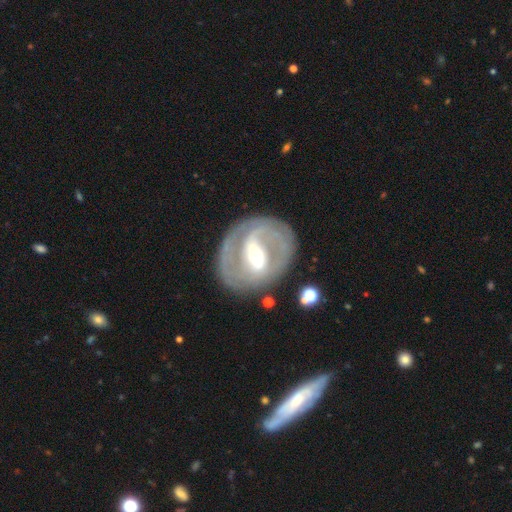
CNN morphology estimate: Smooth or featured?
  - featured or disk: 83% *
  - smooth: 12%
  - star or artifact: 5%
Edge-on disk?
  - no: 95% *
  - yes: 5%
Bar?
  - strong: 55% *
  - weak: 34%
  - no: 12%
Spiral arms?
  - yes: 83% *
  - no: 17%
Spiral winding?
  - tight: 51% *
  - medium: 35%
  - loose: 14%
Spiral arm count?
  - 2: 67% *
  - can't tell: 16%
  - 3: 7%
  - 1: 5%
  - 4: 2%
  - more than 4: 2%
Bulge size?
  - moderate: 65% *
  - small: 26%
  - large: 7%
  - dominant: 1%
  - none: 1%
Merging?
  - none: 79% *
  - minor disturbance: 13%
  - major disturbance: 6%
  - merger: 2%